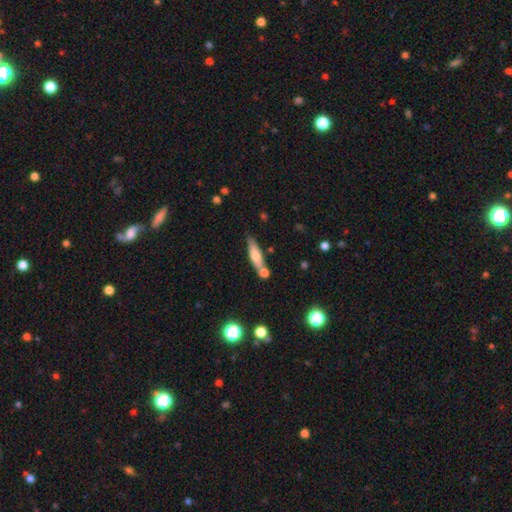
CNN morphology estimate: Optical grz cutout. It shows a smooth galaxy with no disk features (55%) that is cigar-shaped (72%). Merging: none (60%).